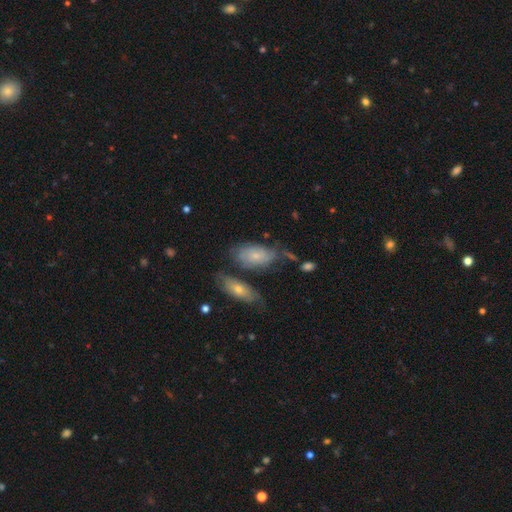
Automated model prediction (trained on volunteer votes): Q: Smooth or featured?
A: smooth (56%); runner-up: featured or disk (36%)
Q: How rounded?
A: in between (90%); runner-up: round (6%)
Q: Merging?
A: none (48%); runner-up: minor disturbance (25%)